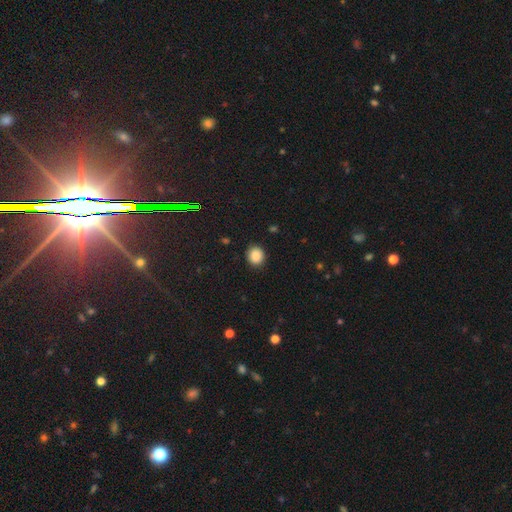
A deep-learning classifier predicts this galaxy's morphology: Overall: smooth (86%). How rounded: round (80%). Merging: none (90%).